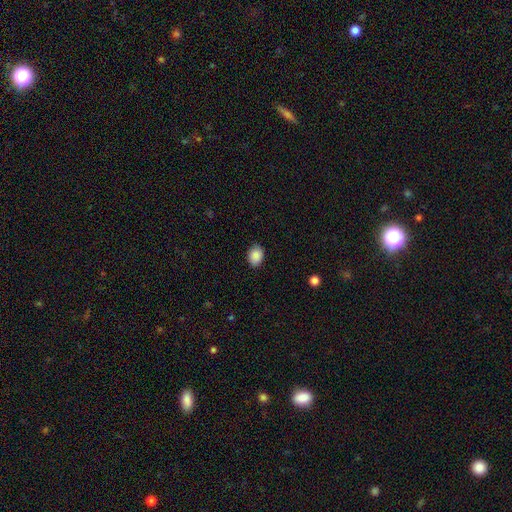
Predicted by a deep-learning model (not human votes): Morphology: type=smooth (89%); roundness=in between (68%); merging=none (87%).